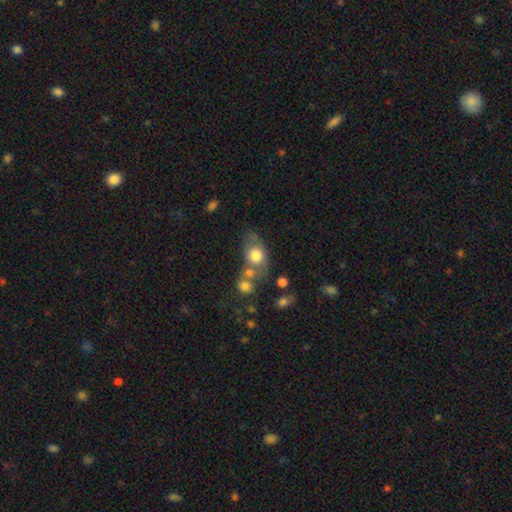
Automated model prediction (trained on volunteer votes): Smooth or featured?
  - smooth: 73% *
  - featured or disk: 19%
  - star or artifact: 8%
How rounded?
  - in between: 64% *
  - round: 33%
  - cigar-shaped: 3%
Merging?
  - none: 44% *
  - merger: 30%
  - minor disturbance: 17%
  - major disturbance: 9%